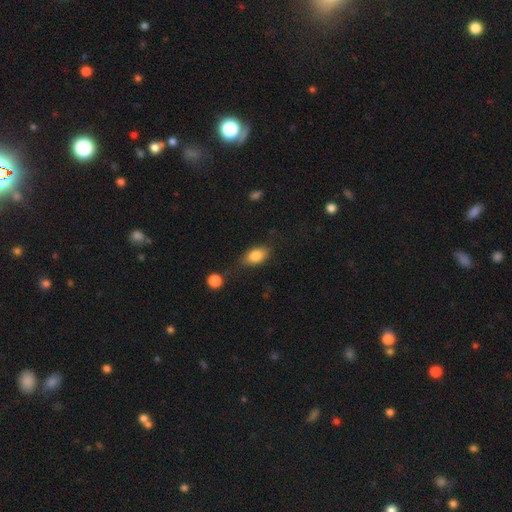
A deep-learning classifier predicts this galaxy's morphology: Smooth or featured?
  - smooth: 81% *
  - featured or disk: 11%
  - star or artifact: 8%
How rounded?
  - in between: 85% *
  - round: 11%
  - cigar-shaped: 4%
Merging?
  - none: 69% *
  - minor disturbance: 19%
  - major disturbance: 6%
  - merger: 6%